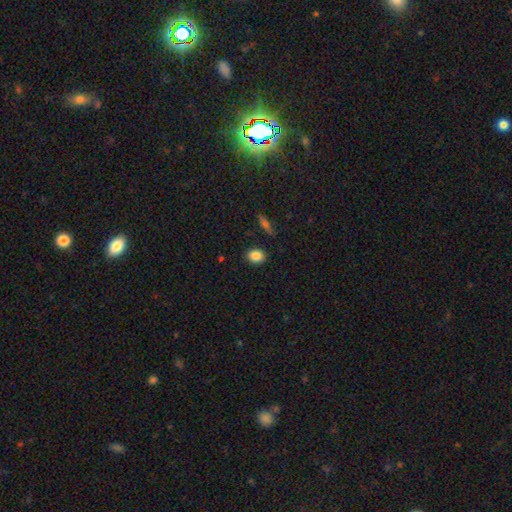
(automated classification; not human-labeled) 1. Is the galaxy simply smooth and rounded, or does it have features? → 86% smooth, 9% star or artifact, 5% featured or disk.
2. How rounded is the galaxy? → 54% in between, 44% round, 2% cigar-shaped.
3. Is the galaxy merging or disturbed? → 87% none, 9% minor disturbance, 2% major disturbance, 2% merger.